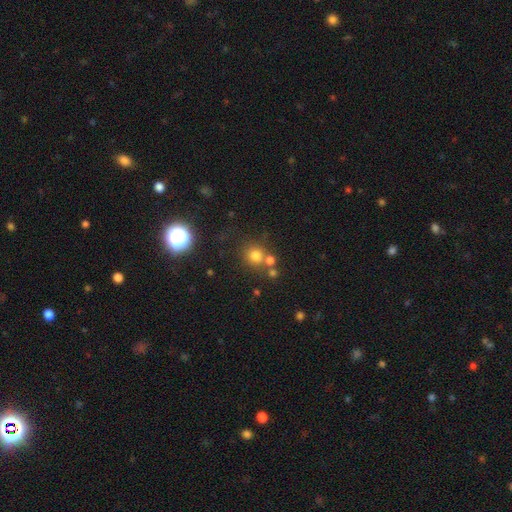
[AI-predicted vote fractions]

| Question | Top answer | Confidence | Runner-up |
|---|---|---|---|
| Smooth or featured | smooth | 73% | star or artifact (18%) |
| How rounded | round | 89% | in between (10%) |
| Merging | none | 65% | merger (21%) |